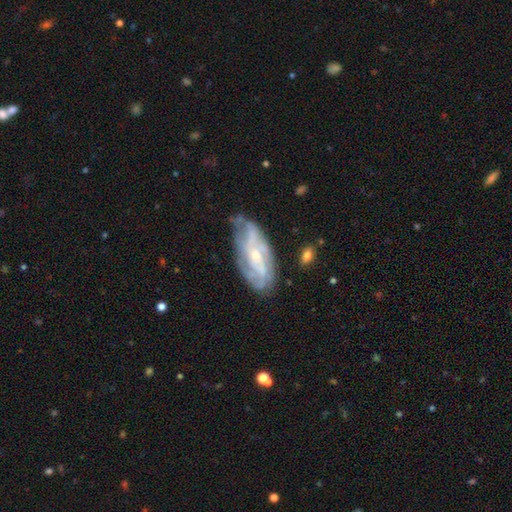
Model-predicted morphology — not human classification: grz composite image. It shows a featured or disk galaxy (76%) with no bar (57%), tight (46%) spiral arms (84%) and a small central bulge (58%). Merging: none (59%).